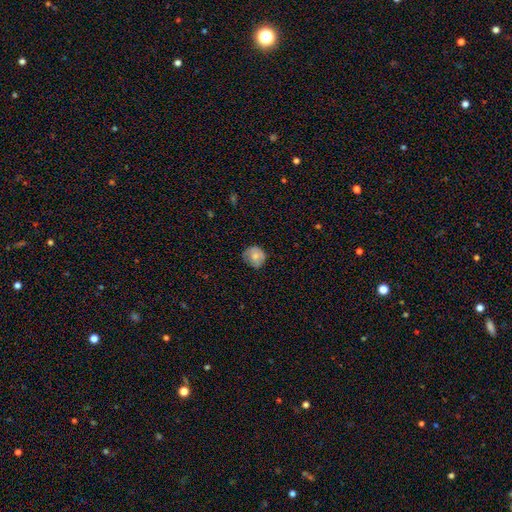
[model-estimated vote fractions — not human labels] This is likely a smooth galaxy (74%). How rounded: clearly round (83%). Merging: likely none (65%).